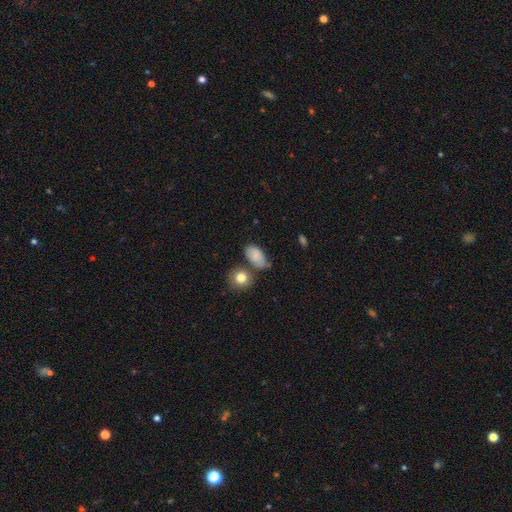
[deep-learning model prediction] Smooth or featured: smooth — 80% (featured or disk — 12%)
How rounded: in between — 87% (round — 11%)
Merging: none — 58% (minor disturbance — 22%)